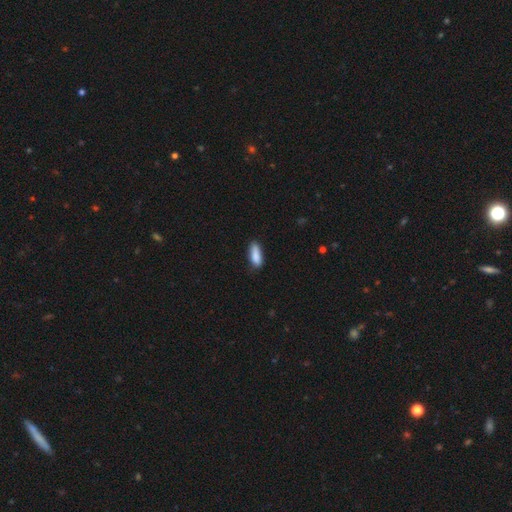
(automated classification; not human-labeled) Q: Smooth or featured?
A: smooth (87%); runner-up: star or artifact (7%)
Q: How rounded?
A: in between (61%); runner-up: cigar-shaped (37%)
Q: Merging?
A: none (70%); runner-up: minor disturbance (24%)